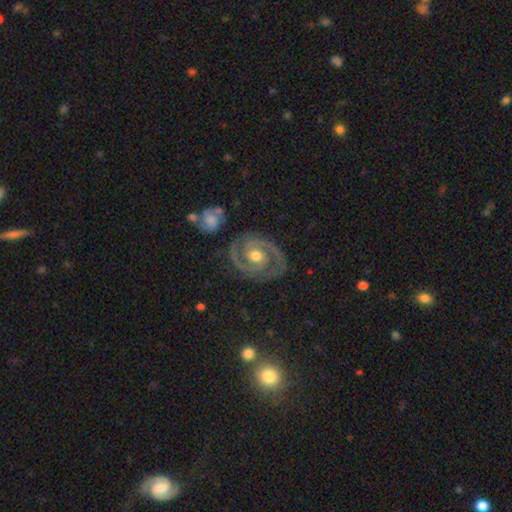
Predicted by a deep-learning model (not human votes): A featured or disk galaxy (91%) with no bar (62%), 2 (93%) tight (56%) spiral arms (97%) and a moderate central bulge (79%). Merging: none (82%).